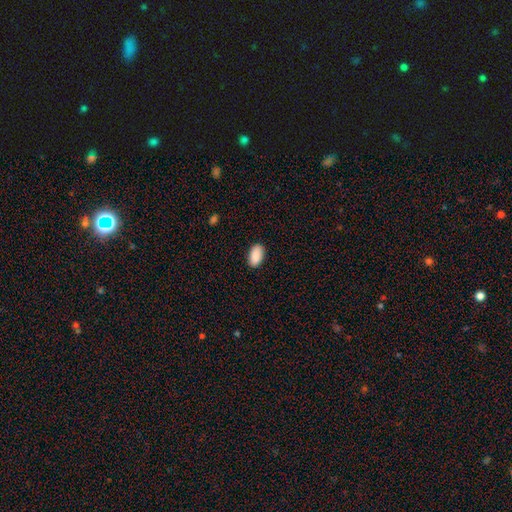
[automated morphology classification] smooth_or_featured: smooth (p=0.90) [alt: star or artifact p=0.06]
how_rounded: in between (p=0.95) [alt: round p=0.03]
merging: none (p=0.88) [alt: minor disturbance p=0.09]